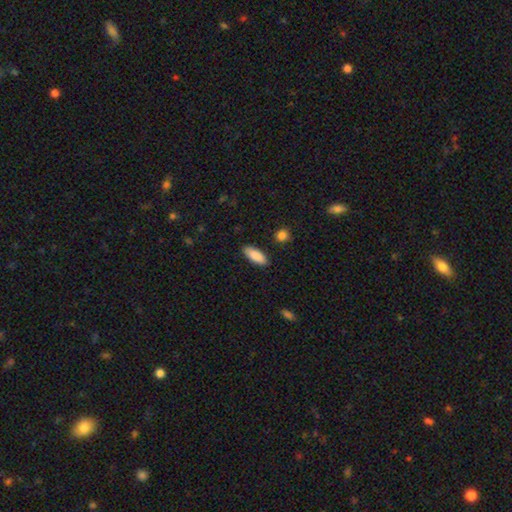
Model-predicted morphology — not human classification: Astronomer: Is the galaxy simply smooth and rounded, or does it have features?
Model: smooth — 88%.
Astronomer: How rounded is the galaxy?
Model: in between — 76%.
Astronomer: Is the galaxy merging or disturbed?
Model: none — 88%.